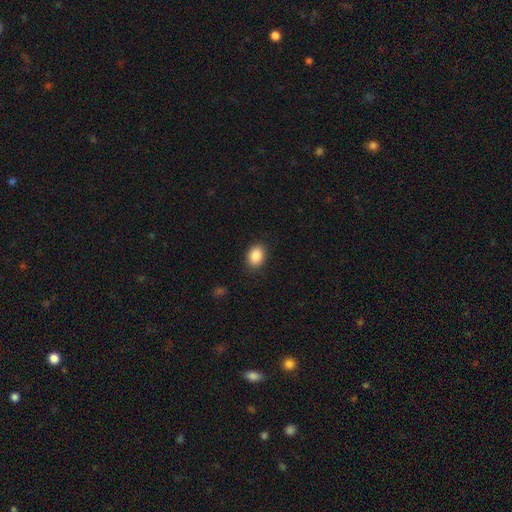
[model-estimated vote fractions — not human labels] Q: Smooth or featured?
A: smooth (88%); runner-up: star or artifact (8%)
Q: How rounded?
A: in between (69%); runner-up: round (30%)
Q: Merging?
A: none (88%); runner-up: minor disturbance (8%)